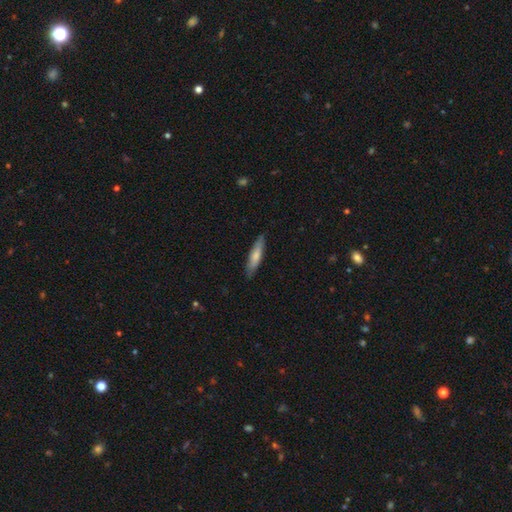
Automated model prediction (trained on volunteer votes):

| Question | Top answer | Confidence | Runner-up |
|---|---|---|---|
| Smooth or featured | smooth | 69% | featured or disk (26%) |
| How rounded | cigar-shaped | 78% | in between (20%) |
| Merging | none | 84% | minor disturbance (13%) |